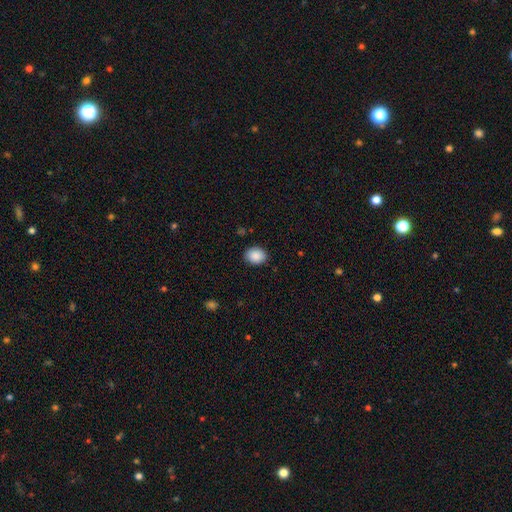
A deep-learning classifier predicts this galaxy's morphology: Smooth or featured? Predicted: smooth (p=0.89). How rounded? Predicted: round (p=0.50). Merging? Predicted: none (p=0.87).